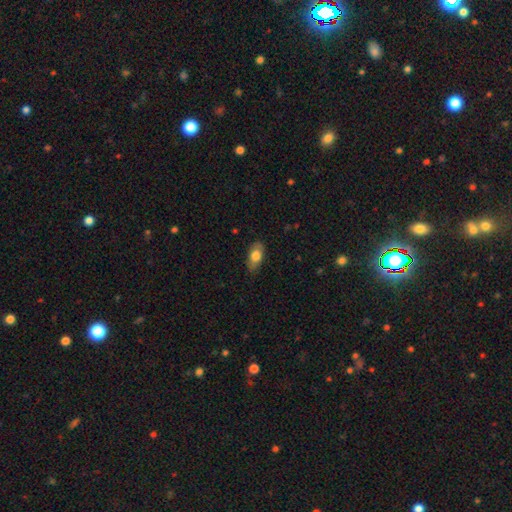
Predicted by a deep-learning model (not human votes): Smooth or featured? Predicted: smooth (p=0.74). How rounded? Predicted: in between (p=0.88). Merging? Predicted: none (p=0.80).